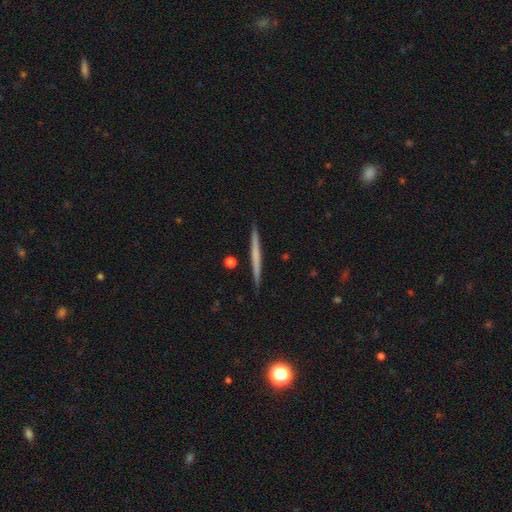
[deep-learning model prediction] A smooth galaxy with no disk features (47%, tied with featured or disk).

Vote fractions:
- Smooth or featured? smooth: 47% (tied) / featured or disk: 47% (tied) / star or artifact: 6%
- Merging? none: 91% / minor disturbance: 6% / merger: 1% / major disturbance: 1%